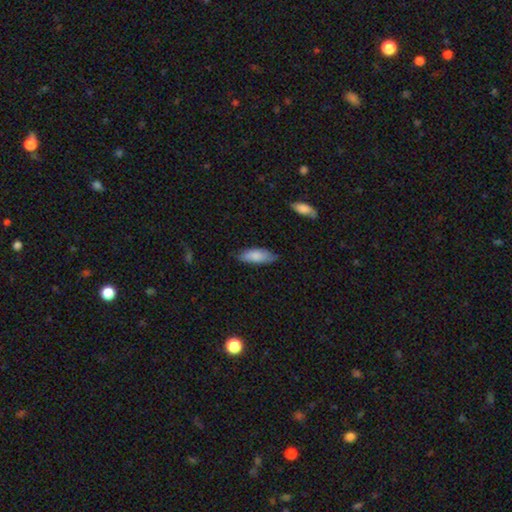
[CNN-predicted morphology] A smooth galaxy with no disk features (81%) that is in between round and cigar-shaped (69%).

Vote fractions:
- Smooth or featured? smooth: 81% / featured or disk: 13% / star or artifact: 6%
- How rounded? in between: 69% / cigar-shaped: 29% / round: 2%
- Merging? none: 72% / minor disturbance: 23% / major disturbance: 3% / merger: 1%